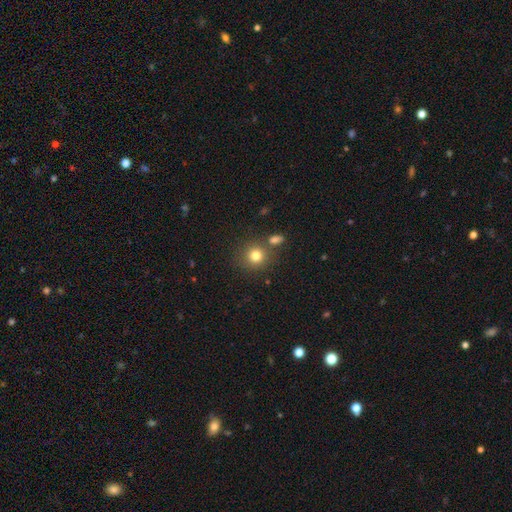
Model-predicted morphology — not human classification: Q: Smooth or featured?
A: smooth (79%); runner-up: star or artifact (13%)
Q: How rounded?
A: round (89%); runner-up: in between (10%)
Q: Merging?
A: none (75%); runner-up: merger (12%)